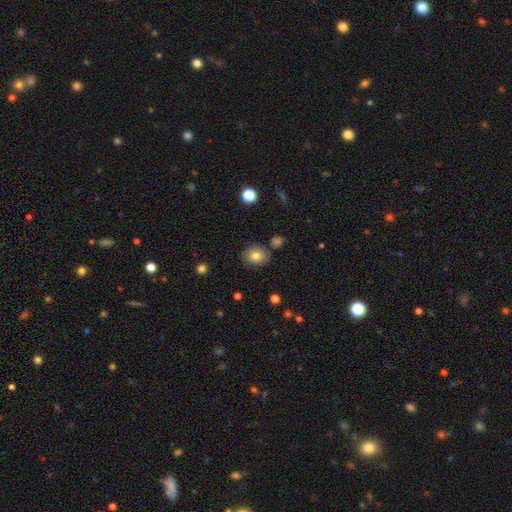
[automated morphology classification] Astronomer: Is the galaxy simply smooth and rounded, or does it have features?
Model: smooth — 73%.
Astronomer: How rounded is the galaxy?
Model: round — 58% (runner-up: in between, 41%).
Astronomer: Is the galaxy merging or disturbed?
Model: none — 76%.